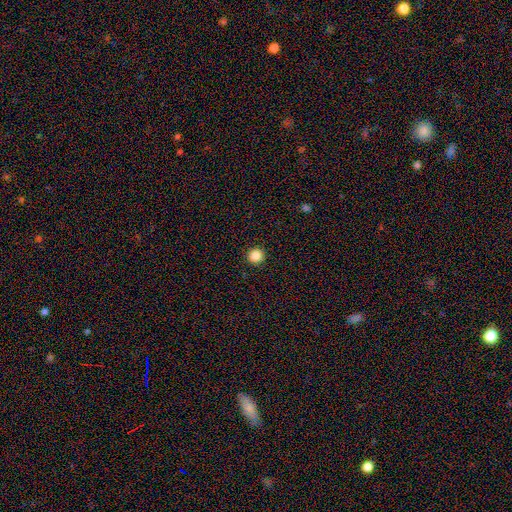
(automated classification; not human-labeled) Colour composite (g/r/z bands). It shows a smooth galaxy with no disk features (86%) that is round (96%). Merging: none (94%).